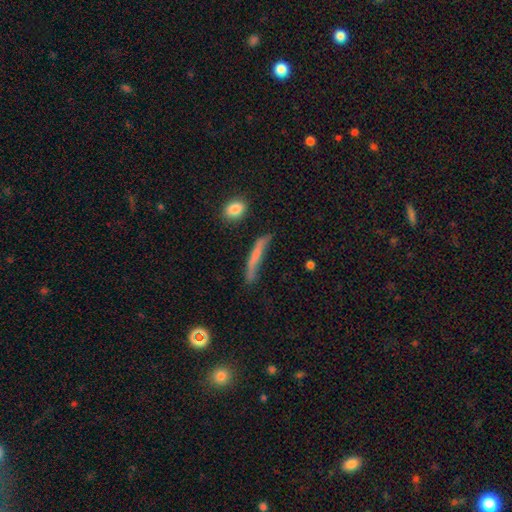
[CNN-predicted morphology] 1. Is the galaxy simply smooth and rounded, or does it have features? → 62% smooth, 29% featured or disk, 9% star or artifact.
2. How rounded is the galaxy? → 90% cigar-shaped, 7% in between, 3% round.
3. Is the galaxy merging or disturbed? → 53% none, 28% minor disturbance, 14% major disturbance, 5% merger.